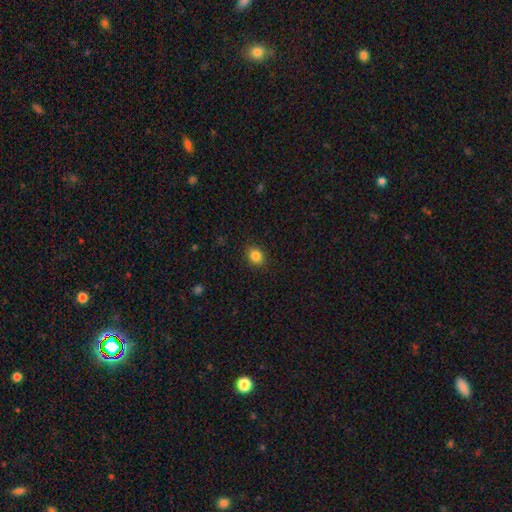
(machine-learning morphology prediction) This appears to be a smooth galaxy with no disk features (85%) that is in between round and cigar-shaped (52%). Merging: none (88%).